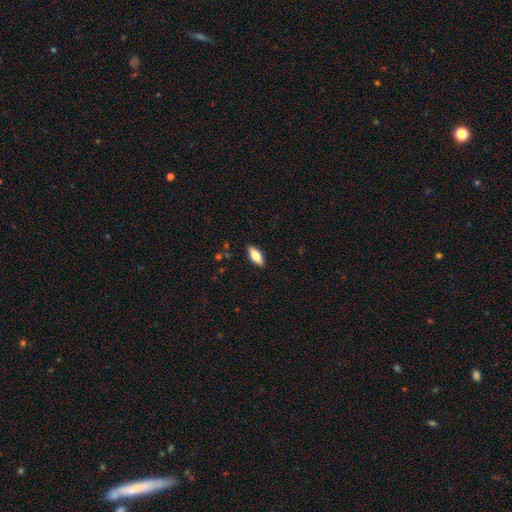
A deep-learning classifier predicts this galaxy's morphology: smooth-or-featured: smooth: 69% | featured or disk: 24% | star or artifact: 7%
  how-rounded: in between: 79% | cigar-shaped: 18% | round: 3%
  merging: none: 88% | minor disturbance: 9% | major disturbance: 2% | merger: 1%